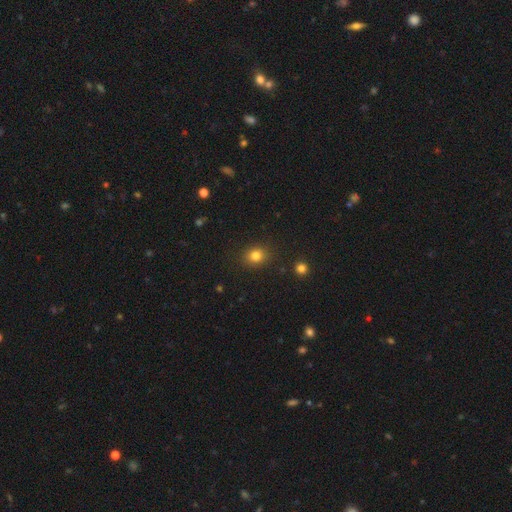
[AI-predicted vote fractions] Morphology: type=smooth (81%); roundness=round (69%); merging=none (87%).